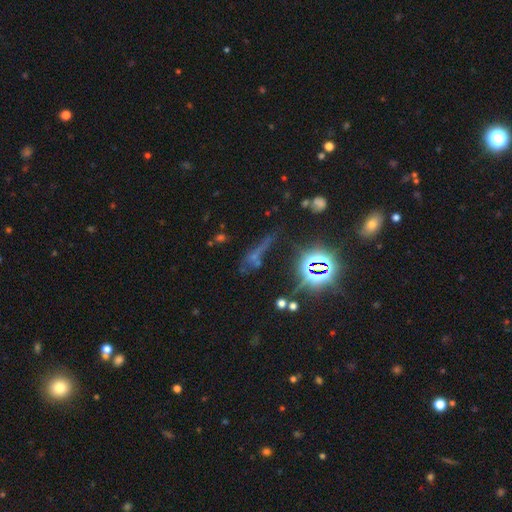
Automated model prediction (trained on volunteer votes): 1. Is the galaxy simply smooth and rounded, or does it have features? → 55% star or artifact, 25% smooth, 20% featured or disk.